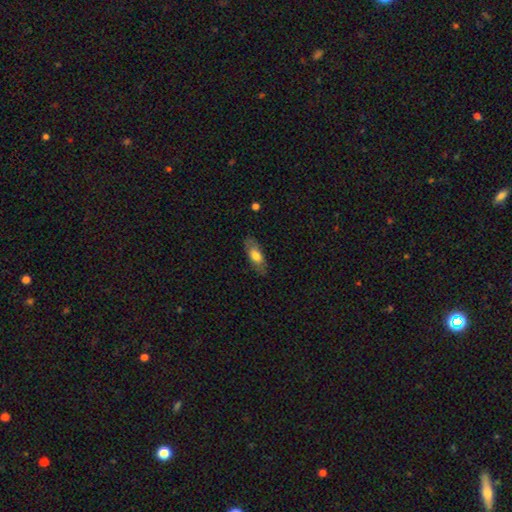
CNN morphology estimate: type=smooth (68%); roundness=in between (76%); merging=none (79%).